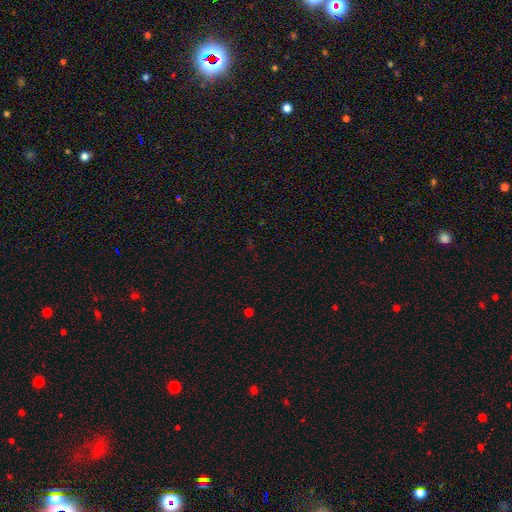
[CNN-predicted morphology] Smooth or featured: star or artifact — 69% (smooth — 23%)